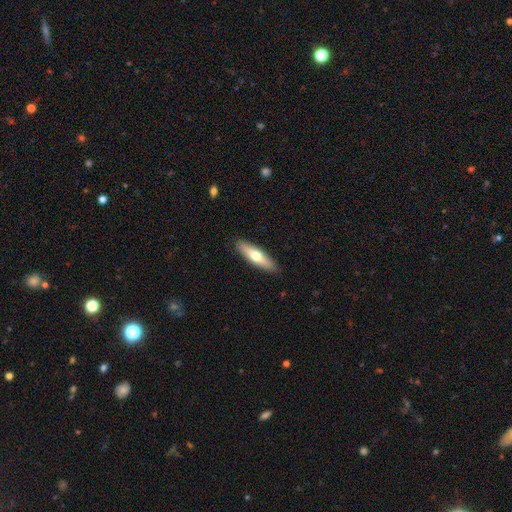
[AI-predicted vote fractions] This appears to be a smooth galaxy with no disk features (62%) that is cigar-shaped (62%). Merging: none (90%).